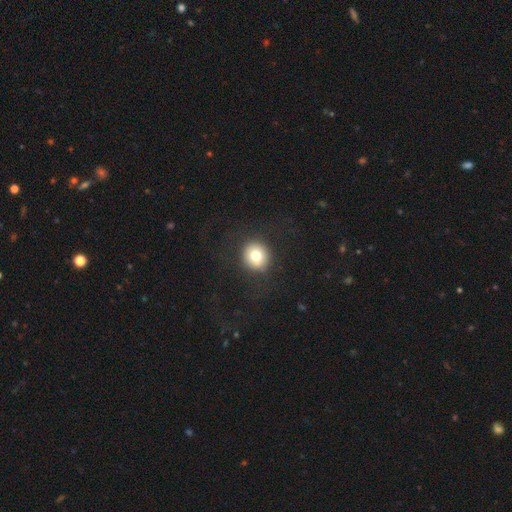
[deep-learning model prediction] Smooth or featured?
  - smooth: 76% *
  - featured or disk: 13%
  - star or artifact: 11%
How rounded?
  - round: 90% *
  - in between: 9%
  - cigar-shaped: 1%
Merging?
  - none: 87% *
  - minor disturbance: 7%
  - major disturbance: 5%
  - merger: 1%